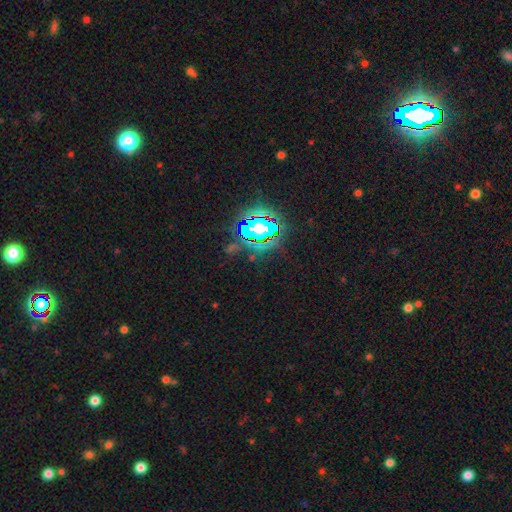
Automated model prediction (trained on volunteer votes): This is likely a star or artifact rather than a galaxy (69%).